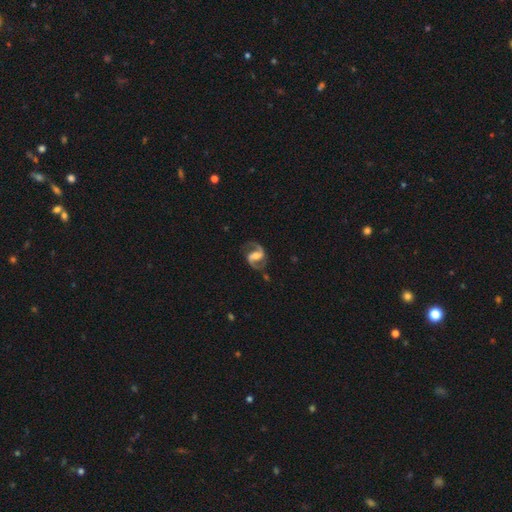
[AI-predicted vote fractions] featured or disk 91%, smooth 5%, star or artifact 4%. Down the decision tree: edge-on disk — no (98%); bar — weak (45%); spiral arms — yes (97%); spiral arm count — 2 (94%); spiral winding — medium (57%); bulge size — moderate (42%); merging — none (78%).